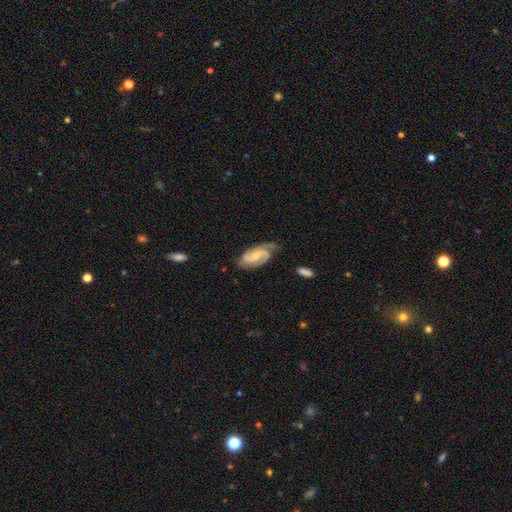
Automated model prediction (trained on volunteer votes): Smooth or featured? featured or disk (84%)
Edge-on disk? no (96%)
Bar? no (46%)
Spiral arms? yes (97%)
Spiral winding? medium (49%)
Spiral arm count? 2 (83%)
Bulge size? small (54%)
Merging? none (64%)